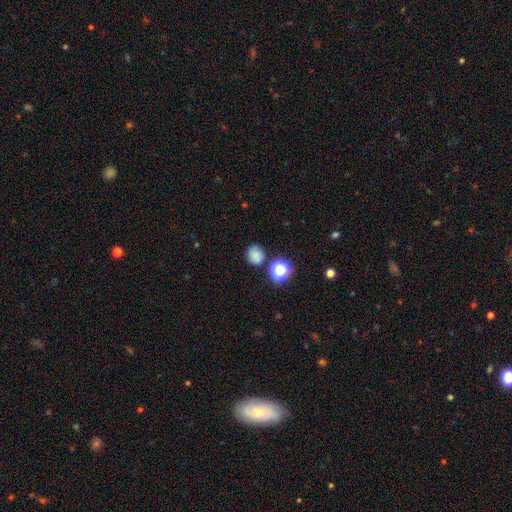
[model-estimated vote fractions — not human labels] Smooth or featured: smooth — 76% (star or artifact — 17%)
How rounded: round — 79% (in between — 20%)
Merging: none — 74% (minor disturbance — 14%)